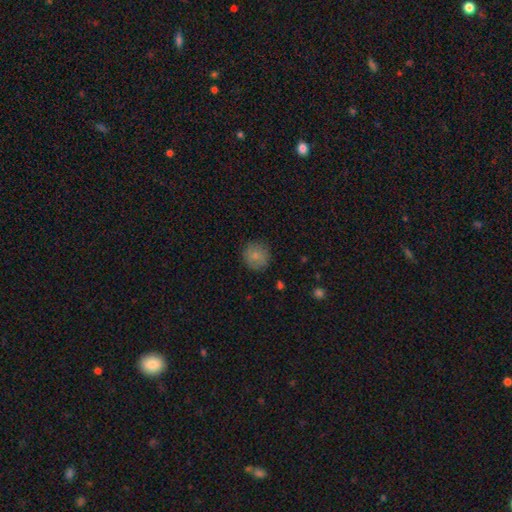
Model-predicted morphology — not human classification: Smooth or featured? Predicted: smooth (p=0.83). How rounded? Predicted: round (p=0.92). Merging? Predicted: none (p=0.85).